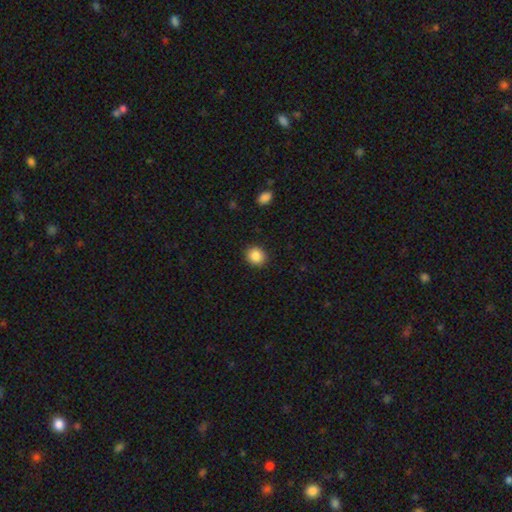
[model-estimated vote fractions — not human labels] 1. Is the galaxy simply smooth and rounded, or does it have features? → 87% smooth, 9% star or artifact, 4% featured or disk.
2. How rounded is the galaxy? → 73% round, 26% in between, 1% cigar-shaped.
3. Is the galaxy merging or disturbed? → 91% none, 6% minor disturbance, 2% major disturbance, 1% merger.